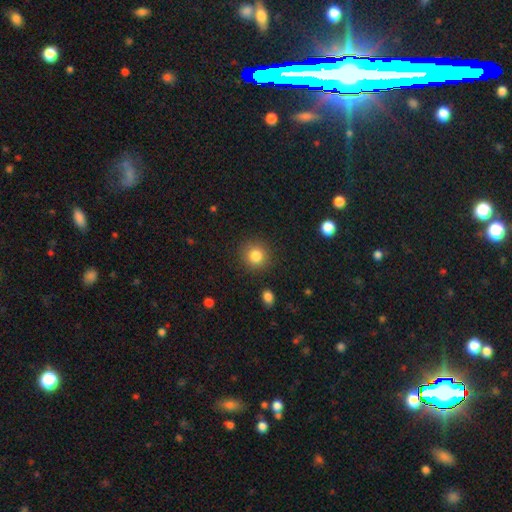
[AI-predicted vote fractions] A smooth galaxy with no disk features (84%) that is round (90%).

Vote fractions:
- Smooth or featured? smooth: 84% / star or artifact: 10% / featured or disk: 6%
- How rounded? round: 90% / in between: 9% / cigar-shaped: 1%
- Merging? none: 88% / minor disturbance: 7% / major disturbance: 3% / merger: 2%